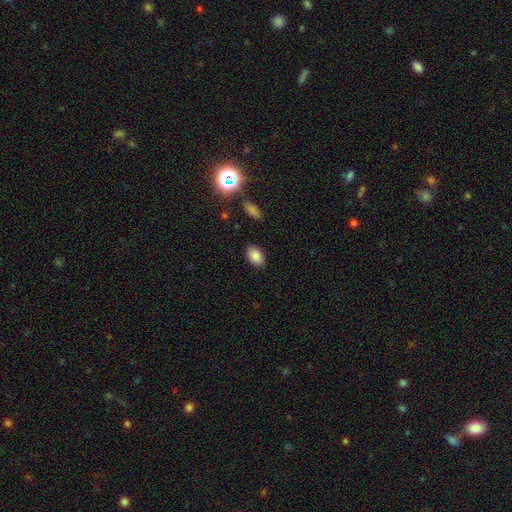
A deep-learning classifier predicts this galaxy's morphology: type=smooth (85%); roundness=in between (90%); merging=none (87%).